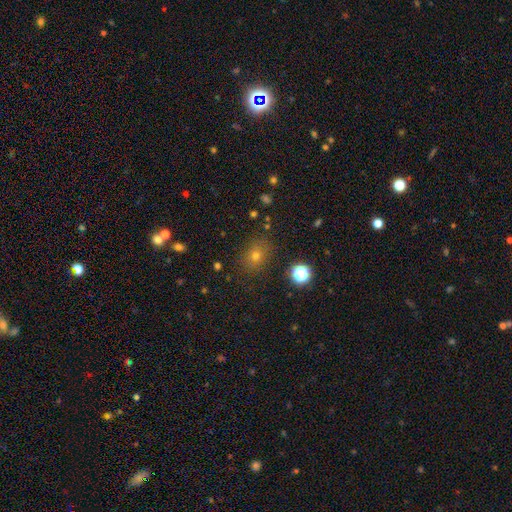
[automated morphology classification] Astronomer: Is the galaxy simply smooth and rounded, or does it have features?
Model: smooth — 66%.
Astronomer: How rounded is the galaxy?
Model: round — 60% (runner-up: in between, 38%).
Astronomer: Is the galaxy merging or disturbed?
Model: none — 84%.